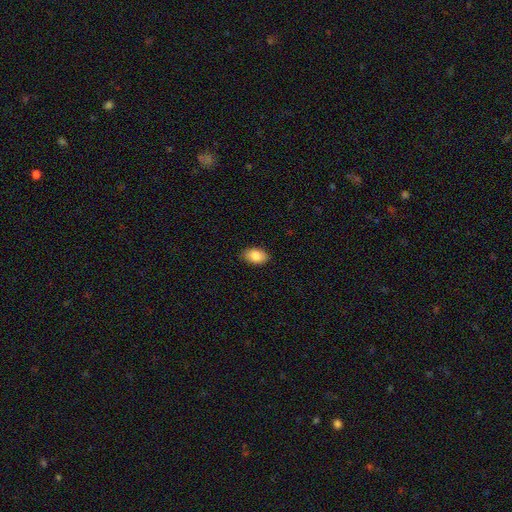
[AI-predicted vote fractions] This is clearly a smooth galaxy (87%). How rounded: clearly in between (91%). Merging: clearly none (88%).